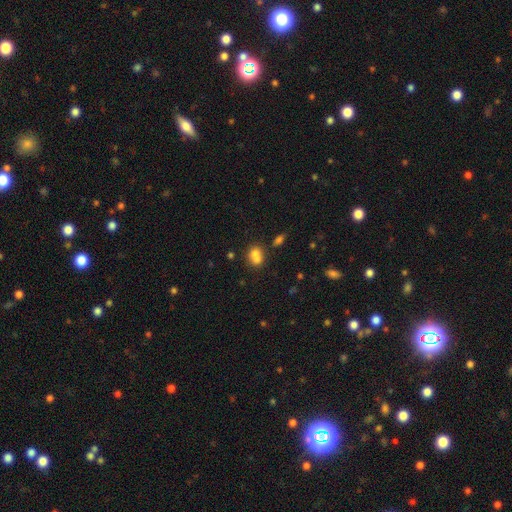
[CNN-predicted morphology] Smooth or featured? Predicted: smooth (p=0.74). How rounded? Predicted: round (p=0.51). Merging? Predicted: merger (p=0.52).